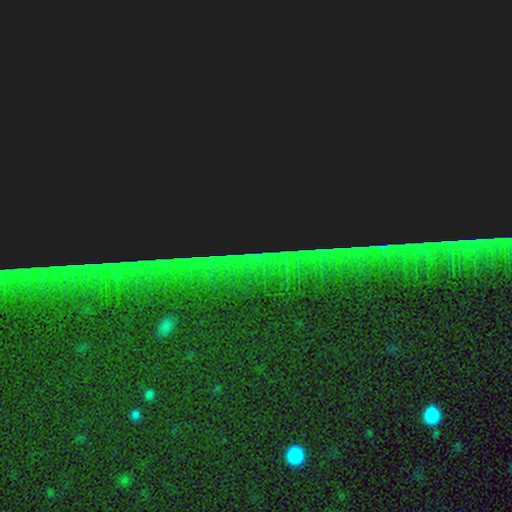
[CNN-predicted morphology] Q: Smooth or featured?
A: star or artifact (89%); runner-up: featured or disk (6%)